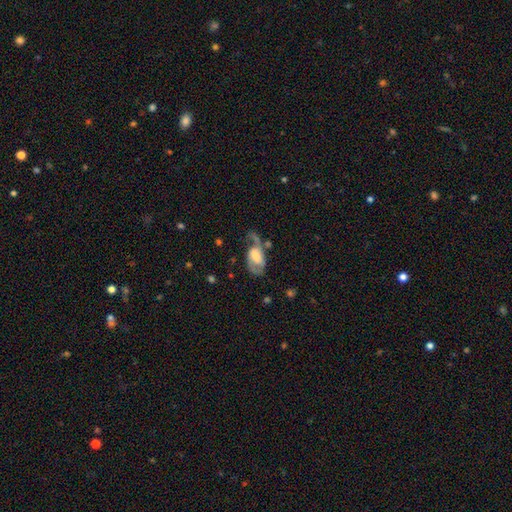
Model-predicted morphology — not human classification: Q: Smooth or featured?
A: featured or disk (63%); runner-up: smooth (30%)
Q: Edge-on disk?
A: no (95%); runner-up: yes (5%)
Q: Bar?
A: no (52%); runner-up: weak (36%)
Q: Spiral arms?
A: yes (80%); runner-up: no (20%)
Q: Bulge size?
A: moderate (34%); runner-up: small (30%)
Q: Merging?
A: major disturbance (38%); runner-up: none (31%)